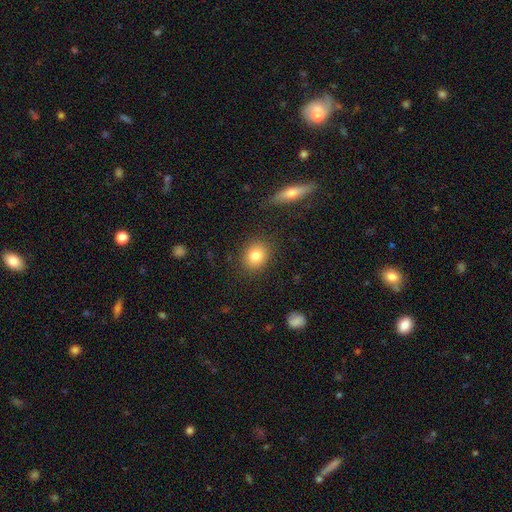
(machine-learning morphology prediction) This appears to be a smooth galaxy with no disk features (81%) that is round (64%). Merging: none (86%).